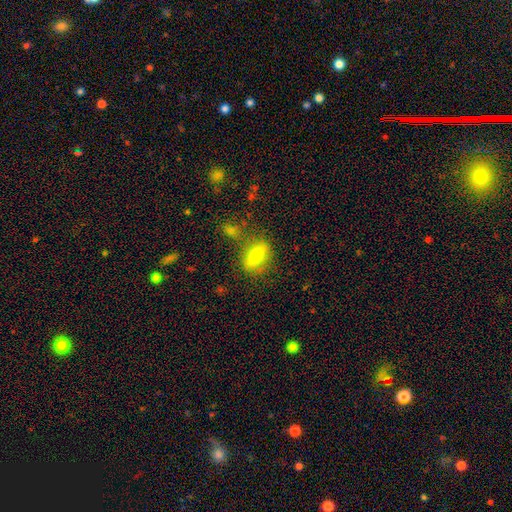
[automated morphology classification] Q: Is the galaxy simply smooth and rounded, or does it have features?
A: smooth — 65%.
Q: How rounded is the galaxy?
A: in between — 76%.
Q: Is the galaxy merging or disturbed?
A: none — 72%.